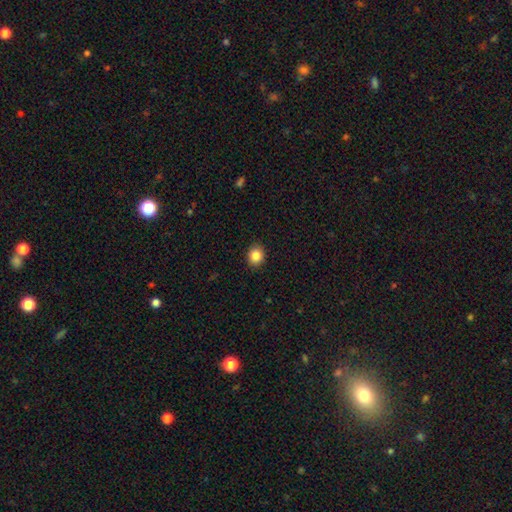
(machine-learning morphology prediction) The model was most divided on "how rounded": round: 68%, in between: 31%, cigar-shaped: 1%. More confident: merging — none (91%); smooth or featured — smooth (85%).